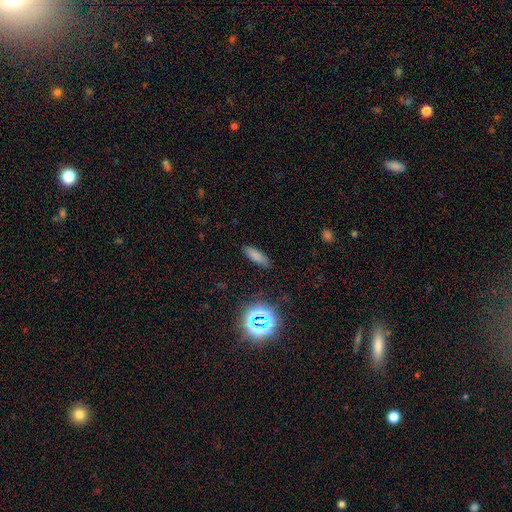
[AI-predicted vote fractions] This appears to be a smooth galaxy with no disk features (76%) that is in between round and cigar-shaped (49%). Merging: none (84%).